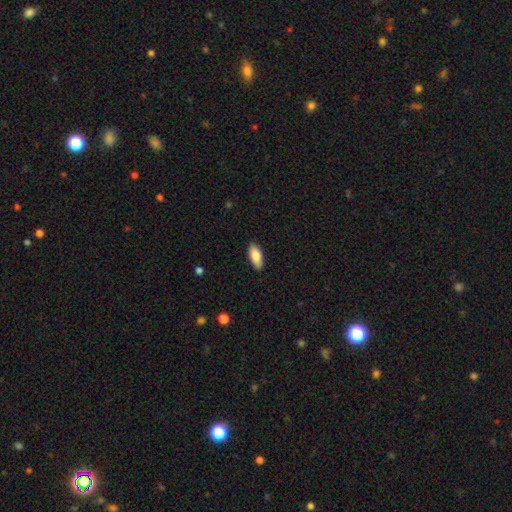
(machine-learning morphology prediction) The model was most divided on "how rounded": in between: 86%, cigar-shaped: 12%, round: 2%. More confident: merging — none (87%); smooth or featured — smooth (85%).